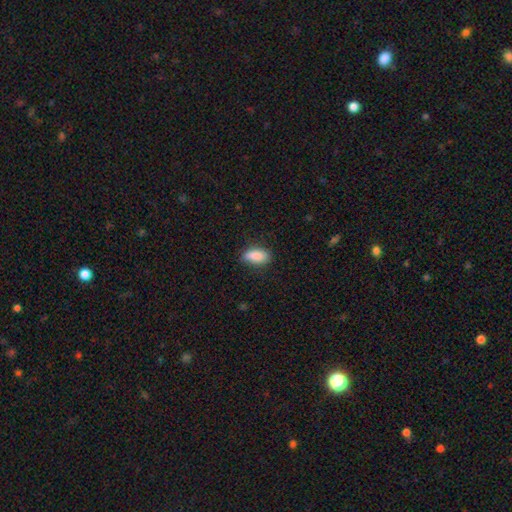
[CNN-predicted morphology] This is clearly a smooth galaxy (88%). How rounded: clearly in between (85%). Merging: clearly none (81%).